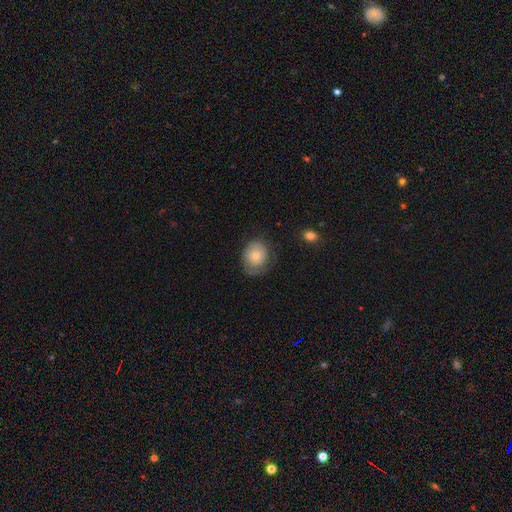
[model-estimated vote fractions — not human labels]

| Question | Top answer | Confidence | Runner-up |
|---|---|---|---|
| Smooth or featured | smooth | 60% | featured or disk (32%) |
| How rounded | round | 64% | in between (35%) |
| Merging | none | 63% | minor disturbance (25%) |